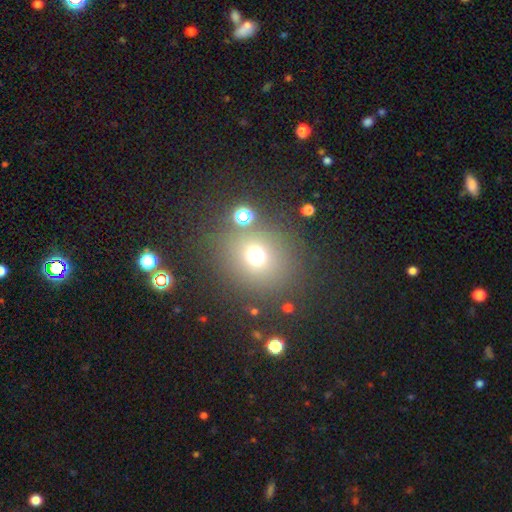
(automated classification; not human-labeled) This is likely a smooth galaxy (68%). How rounded: clearly round (83%). Merging: likely none (79%).